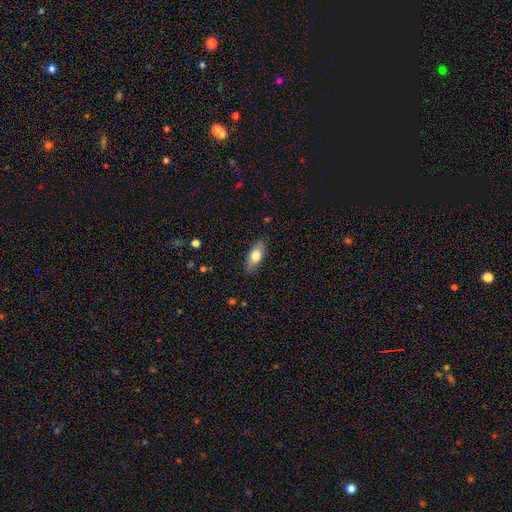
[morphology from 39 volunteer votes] Smooth or featured: smooth — 74% (featured or disk — 23%)
How rounded: in between — 76% (cigar-shaped — 24%)
Merging: none — 84% (minor disturbance — 13%)